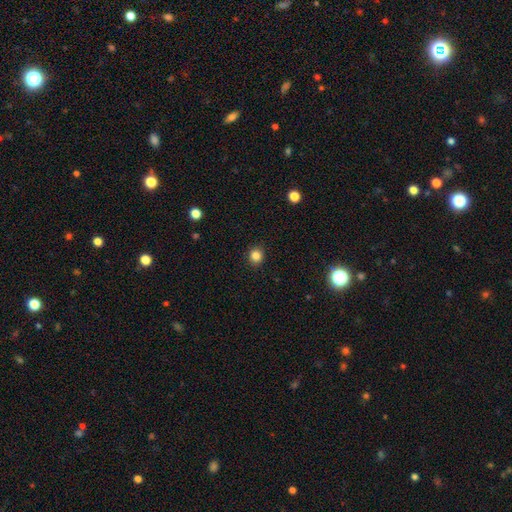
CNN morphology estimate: Smooth or featured? Predicted: smooth (p=0.84). How rounded? Predicted: round (p=0.85). Merging? Predicted: none (p=0.91).